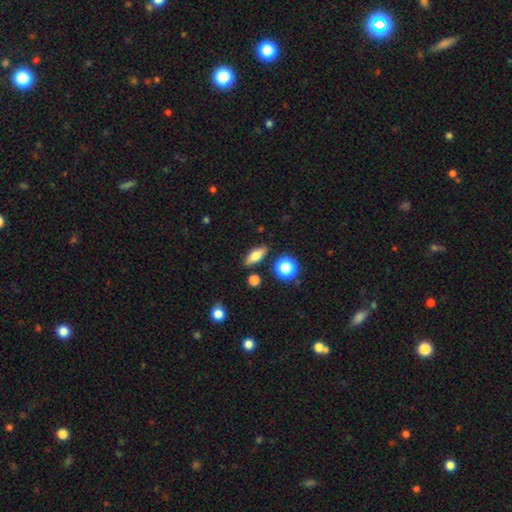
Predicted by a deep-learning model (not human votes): The model was most divided on "how rounded": in between: 62%, cigar-shaped: 28%, round: 10%. More confident: merging — none (85%); smooth or featured — smooth (68%).